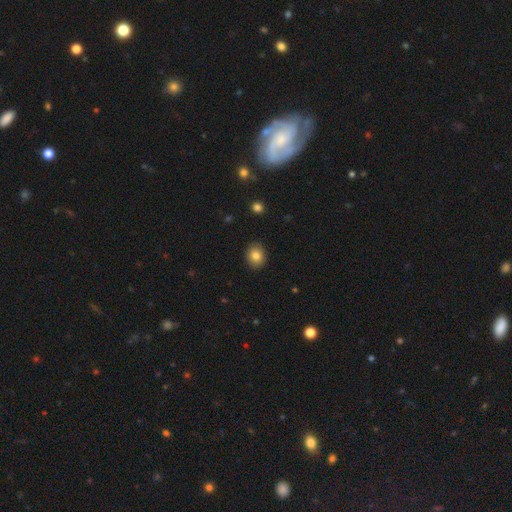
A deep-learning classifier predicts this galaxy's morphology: smooth-or-featured: smooth: 83% | star or artifact: 9% | featured or disk: 8%
  how-rounded: round: 55% | in between: 44% | cigar-shaped: 1%
  merging: none: 89% | minor disturbance: 8% | major disturbance: 2% | merger: 1%